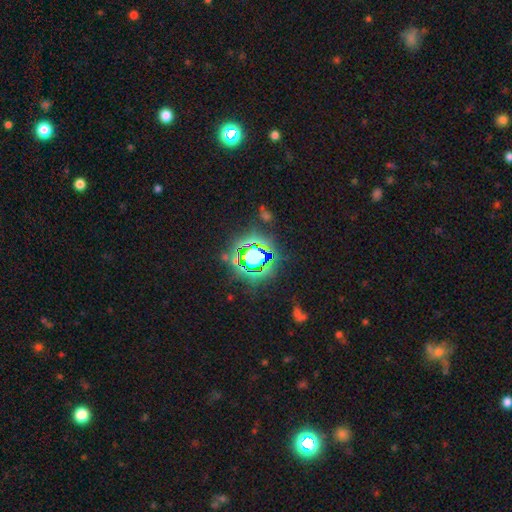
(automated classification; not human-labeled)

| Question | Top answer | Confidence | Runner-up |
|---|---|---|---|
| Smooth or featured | star or artifact | 79% | smooth (13%) |